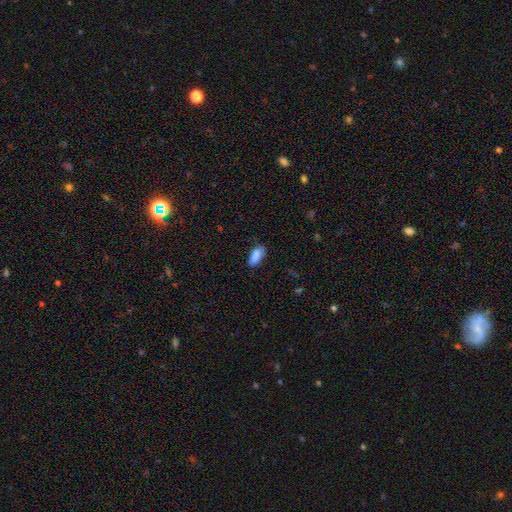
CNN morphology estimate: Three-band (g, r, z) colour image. It shows a smooth galaxy with no disk features (86%) that is in between round and cigar-shaped (86%). Merging: none (70%).